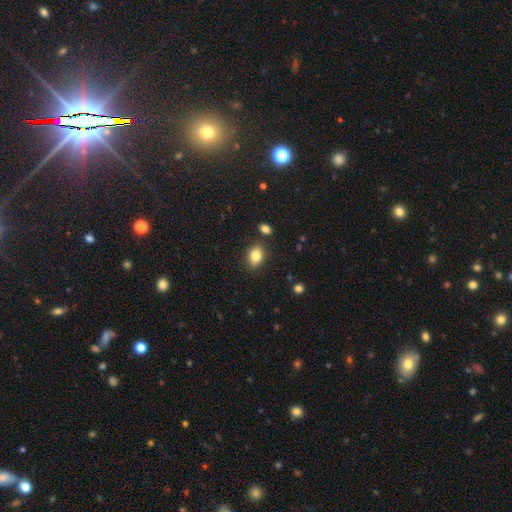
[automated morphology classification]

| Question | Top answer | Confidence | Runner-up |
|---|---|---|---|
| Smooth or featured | smooth | 84% | star or artifact (9%) |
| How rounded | in between | 76% | round (23%) |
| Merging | none | 79% | minor disturbance (13%) |